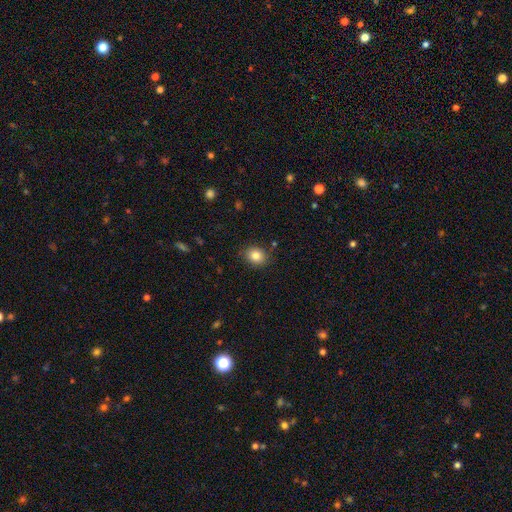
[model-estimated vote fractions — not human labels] smooth-or-featured: smooth: 84% | star or artifact: 10% | featured or disk: 6%
  how-rounded: round: 61% | in between: 38% | cigar-shaped: 1%
  merging: none: 86% | minor disturbance: 10% | major disturbance: 3% | merger: 2%